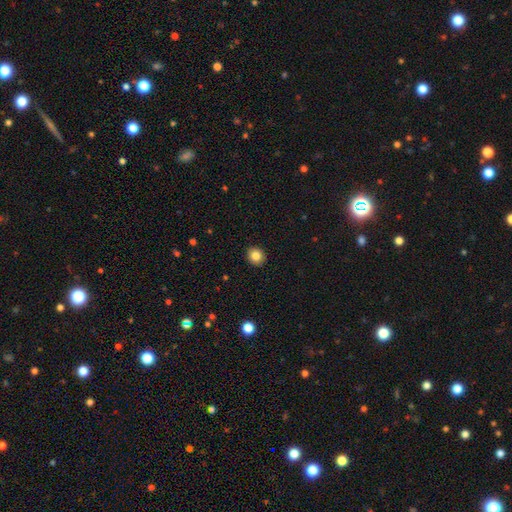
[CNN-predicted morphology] Smooth or featured? smooth (83%)
How rounded? round (84%)
Merging? none (92%)